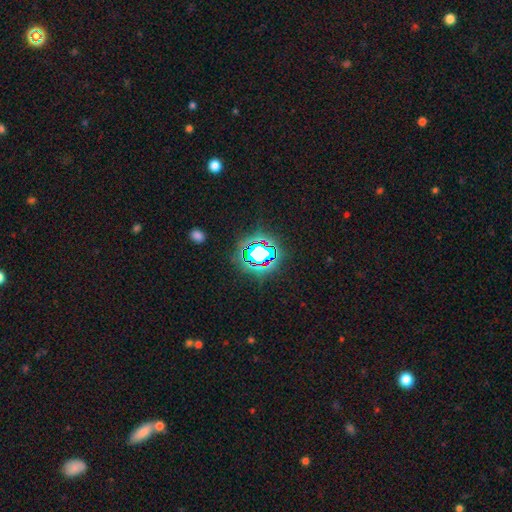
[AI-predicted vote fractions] A star or artifact, not a galaxy (72%).

Vote fractions:
- Smooth or featured? star or artifact: 72% / smooth: 18% / featured or disk: 10%